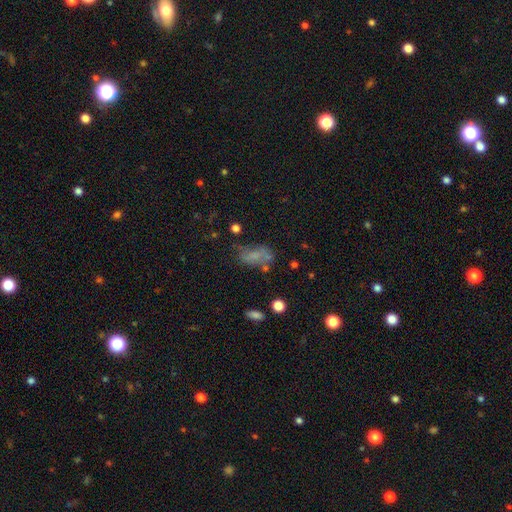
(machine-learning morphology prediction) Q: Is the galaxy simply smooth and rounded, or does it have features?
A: smooth — 52%.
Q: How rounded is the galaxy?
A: in between — 83%.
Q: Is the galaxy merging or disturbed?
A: none — 39%.